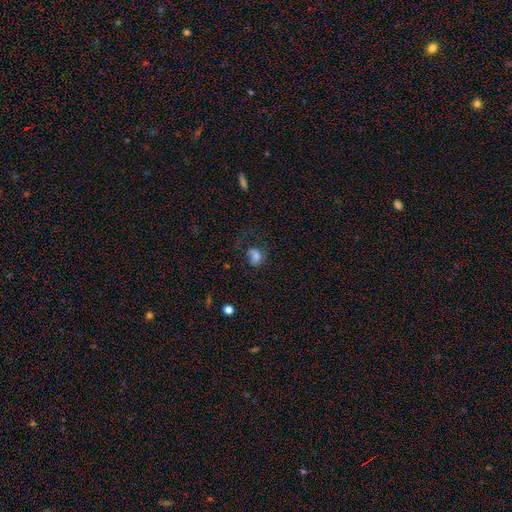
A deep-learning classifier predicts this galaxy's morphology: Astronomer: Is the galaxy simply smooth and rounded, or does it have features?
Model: smooth — 71%.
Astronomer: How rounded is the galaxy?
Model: in between — 52% (runner-up: round, 47%).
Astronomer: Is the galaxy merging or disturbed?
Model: none — 45% (runner-up: major disturbance, 28%).